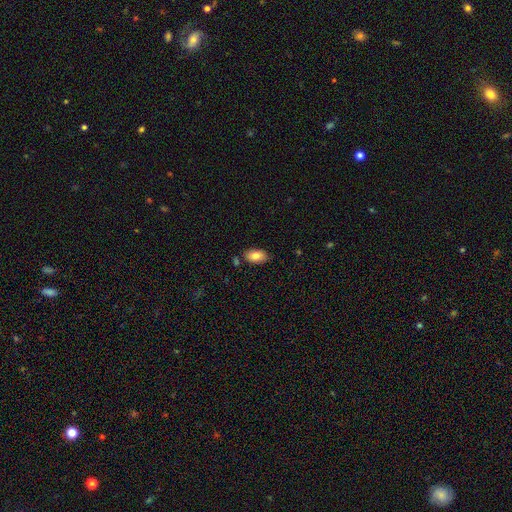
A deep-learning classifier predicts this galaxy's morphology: smooth 85%, featured or disk 8%, star or artifact 7%. Down the decision tree: how rounded — in between (93%); merging — none (80%).